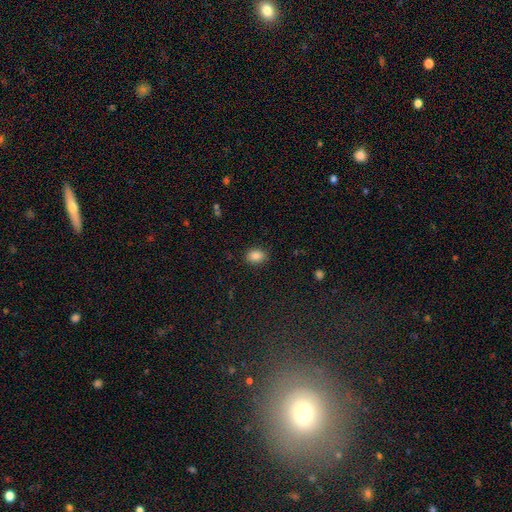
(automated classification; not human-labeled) Smooth or featured? Predicted: smooth (p=0.84). How rounded? Predicted: in between (p=0.65). Merging? Predicted: none (p=0.88).